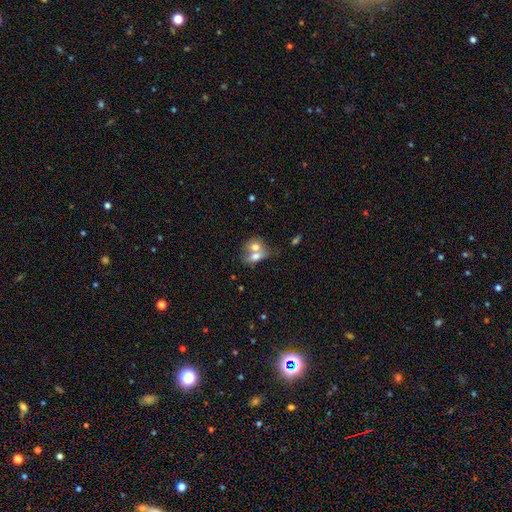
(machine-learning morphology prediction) smooth_or_featured: smooth (p=0.68) [alt: featured or disk p=0.24]
how_rounded: in between (p=0.63) [alt: round p=0.35]
merging: merger (p=0.74) [alt: none p=0.16]